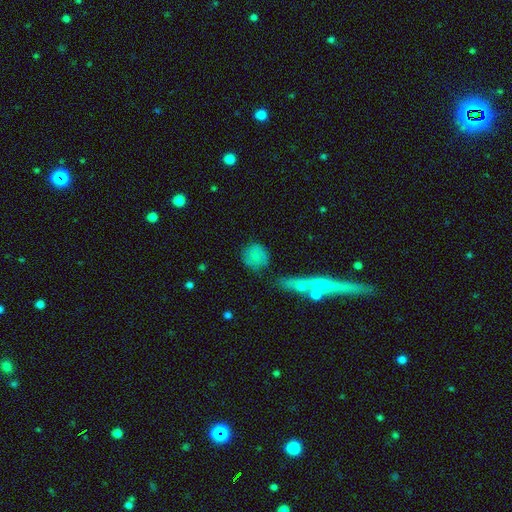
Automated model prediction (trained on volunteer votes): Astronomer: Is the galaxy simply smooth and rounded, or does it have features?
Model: smooth — 78%.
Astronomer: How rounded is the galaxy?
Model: round — 86%.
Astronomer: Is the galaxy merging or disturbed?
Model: none — 72%.